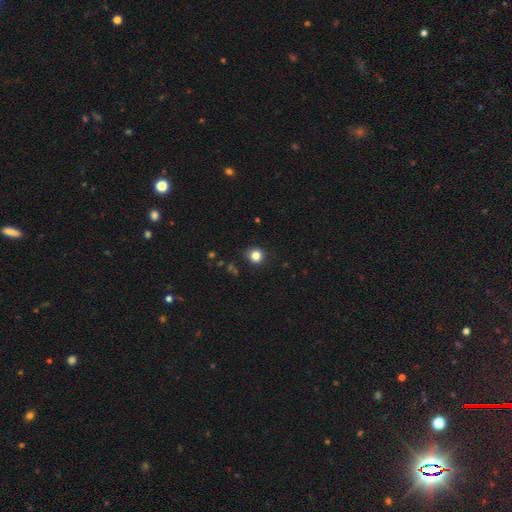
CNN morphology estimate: A smooth galaxy with no disk features (83%) that is round (88%). Merging: none (87%).